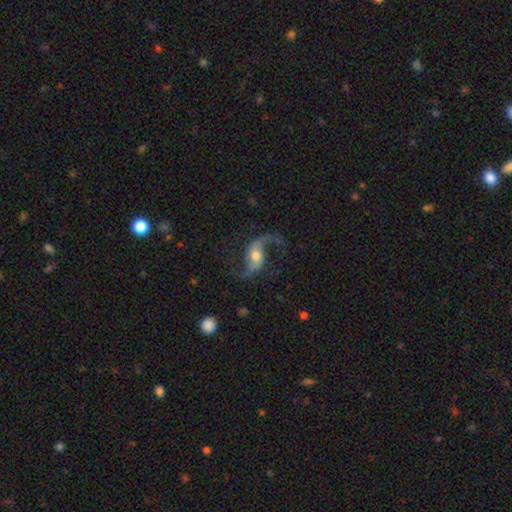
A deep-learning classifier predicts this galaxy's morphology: A featured or disk galaxy (90%) with no bar (45%), 2 (94%) loose (80%) spiral arms (97%) and a moderate central bulge (65%). Merging: none (76%).